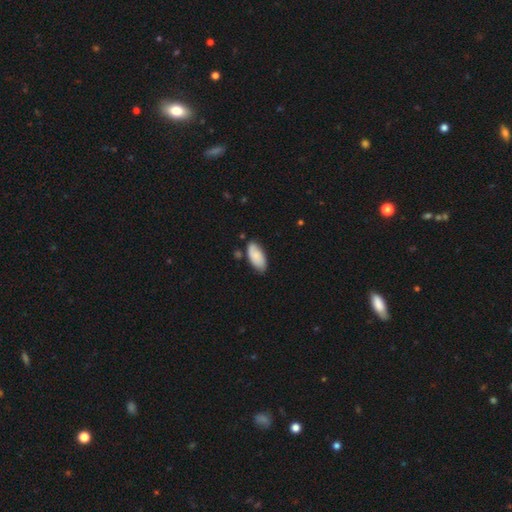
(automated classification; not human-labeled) Smooth or featured?
  - smooth: 79% *
  - featured or disk: 15%
  - star or artifact: 6%
How rounded?
  - in between: 90% *
  - cigar-shaped: 8%
  - round: 2%
Merging?
  - none: 73% *
  - minor disturbance: 20%
  - merger: 4%
  - major disturbance: 3%